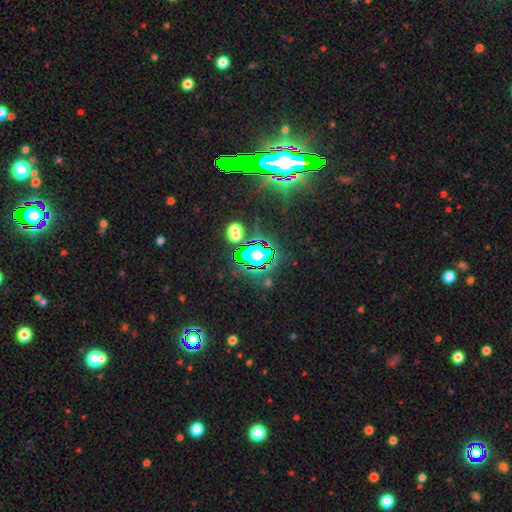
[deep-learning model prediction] Smooth or featured? star or artifact (83%)